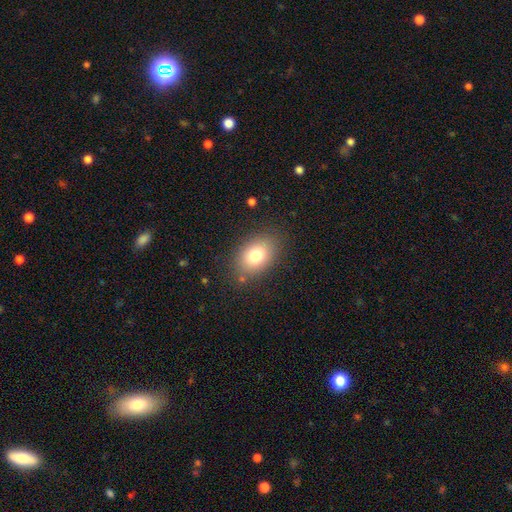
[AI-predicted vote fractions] smooth 79%, featured or disk 11%, star or artifact 10%. Down the decision tree: how rounded — in between (79%); merging — none (82%).